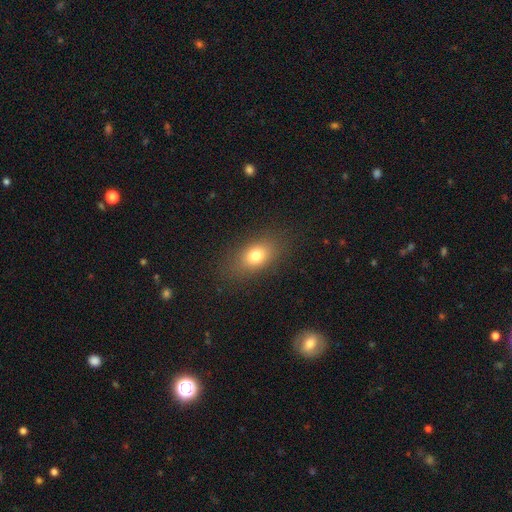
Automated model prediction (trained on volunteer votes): This is likely a smooth galaxy (77%). How rounded: likely in between (77%). Merging: clearly none (83%).